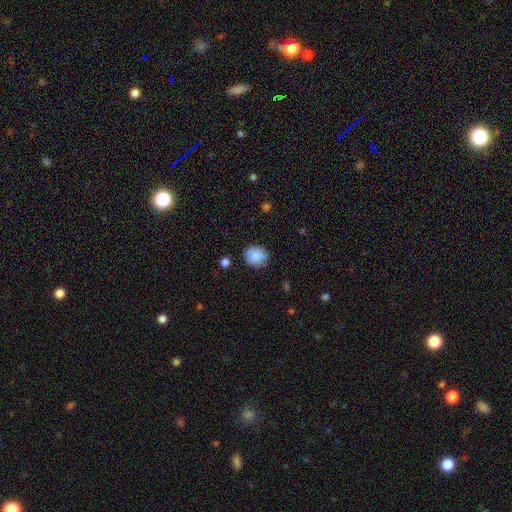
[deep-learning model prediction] Morphology: type=smooth (86%); roundness=round (74%); merging=none (81%).